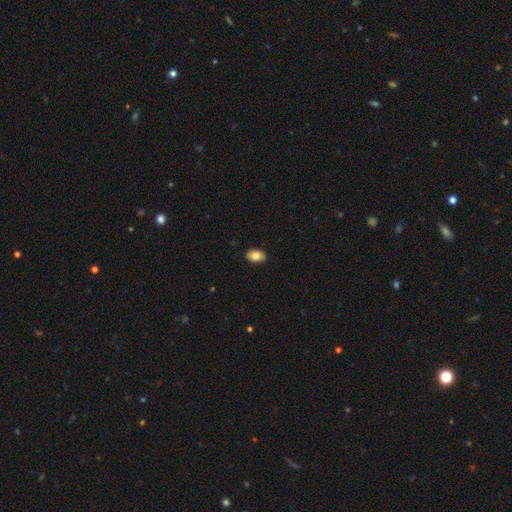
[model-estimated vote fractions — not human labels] smooth 81%, featured or disk 11%, star or artifact 7%. Down the decision tree: how rounded — in between (90%); merging — none (89%).